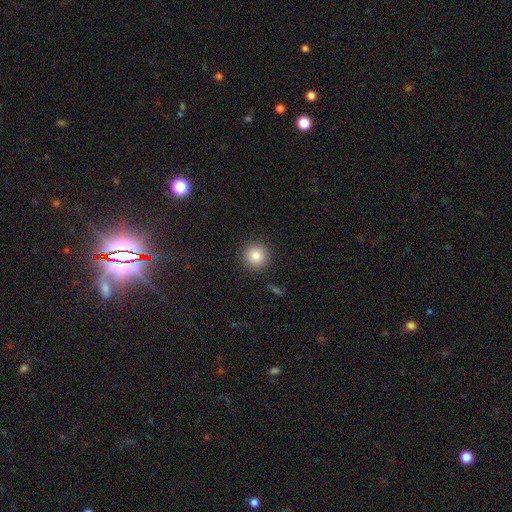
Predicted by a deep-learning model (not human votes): smooth-or-featured: smooth: 85% | star or artifact: 10% | featured or disk: 6%
  how-rounded: round: 94% | in between: 5% | cigar-shaped: 1%
  merging: none: 90% | minor disturbance: 6% | major disturbance: 2% | merger: 1%